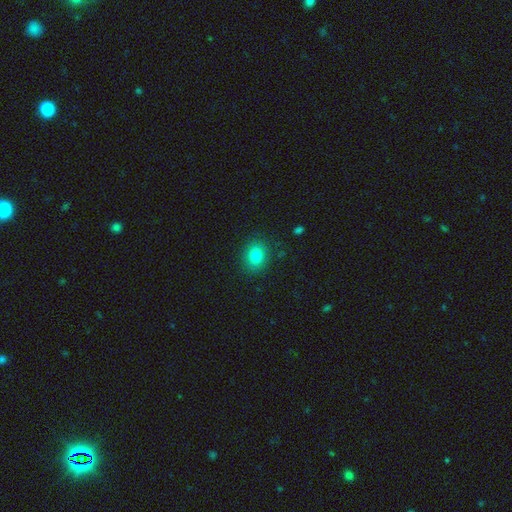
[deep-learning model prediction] Smooth or featured? smooth (81%)
How rounded? round (53%)
Merging? none (87%)